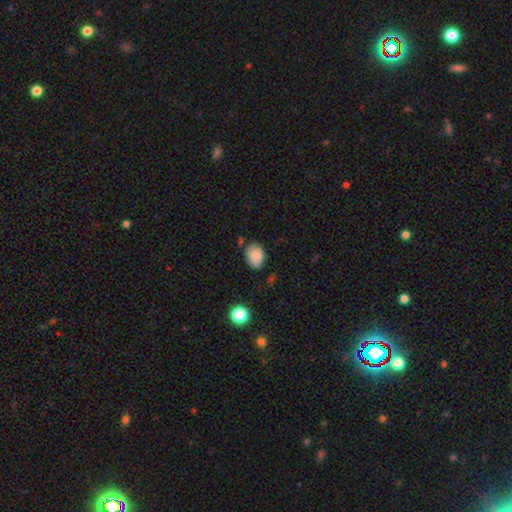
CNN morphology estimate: smooth-or-featured: smooth: 85% | star or artifact: 8% | featured or disk: 7%
  how-rounded: in between: 72% | round: 27% | cigar-shaped: 1%
  merging: none: 69% | minor disturbance: 23% | merger: 4% | major disturbance: 4%